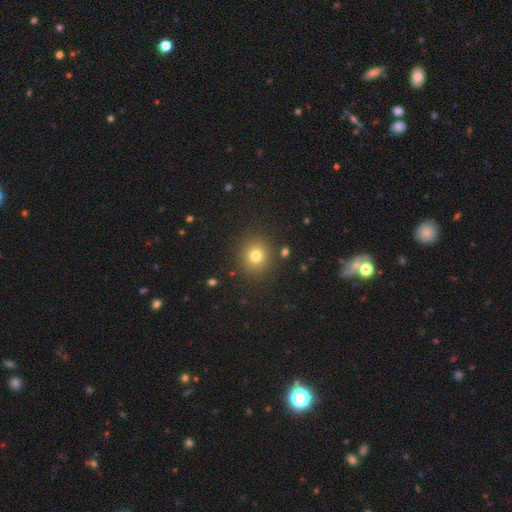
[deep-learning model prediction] A smooth galaxy with no disk features (78%) that is round (86%).

Vote fractions:
- Smooth or featured? smooth: 78% / star or artifact: 14% / featured or disk: 8%
- How rounded? round: 86% / in between: 13% / cigar-shaped: 1%
- Merging? none: 88% / minor disturbance: 7% / major disturbance: 3% / merger: 2%